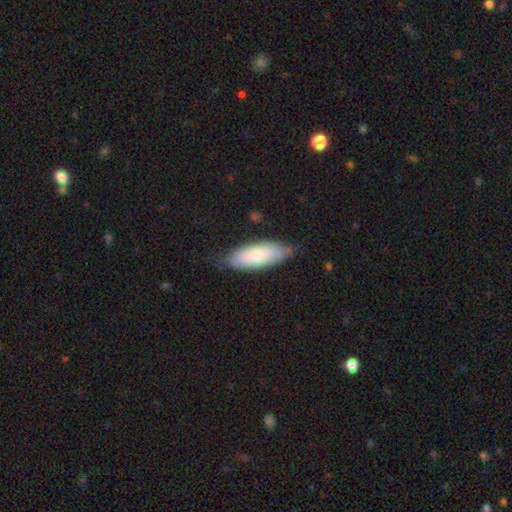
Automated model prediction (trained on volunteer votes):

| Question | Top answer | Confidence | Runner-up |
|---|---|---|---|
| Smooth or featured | smooth | 76% | featured or disk (18%) |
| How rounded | in between | 73% | cigar-shaped (26%) |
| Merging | none | 69% | minor disturbance (25%) |